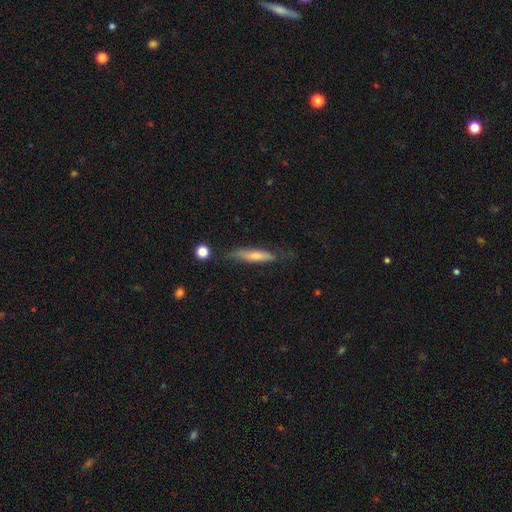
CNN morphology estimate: smooth_or_featured: featured or disk (p=0.48) [alt: smooth p=0.40]
merging: none (p=0.76) [alt: minor disturbance p=0.17]